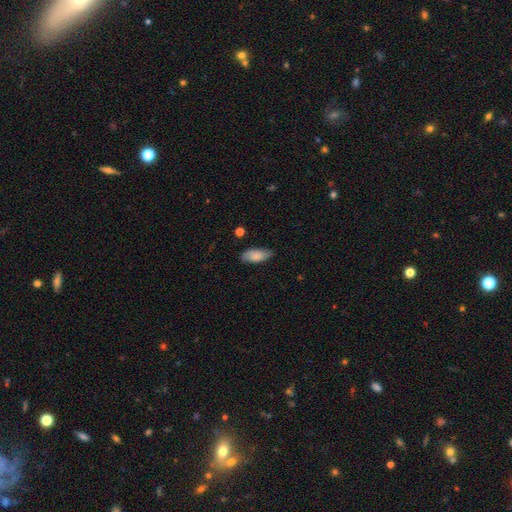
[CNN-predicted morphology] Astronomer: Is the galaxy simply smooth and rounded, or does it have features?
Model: smooth — 78%.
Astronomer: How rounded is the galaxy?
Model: in between — 84%.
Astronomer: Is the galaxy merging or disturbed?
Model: none — 77%.